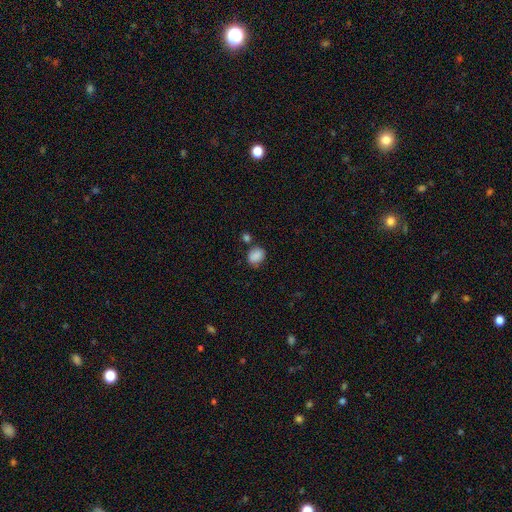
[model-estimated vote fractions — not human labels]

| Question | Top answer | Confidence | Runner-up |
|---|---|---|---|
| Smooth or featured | smooth | 86% | star or artifact (9%) |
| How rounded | round | 53% | in between (46%) |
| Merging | none | 66% | minor disturbance (17%) |